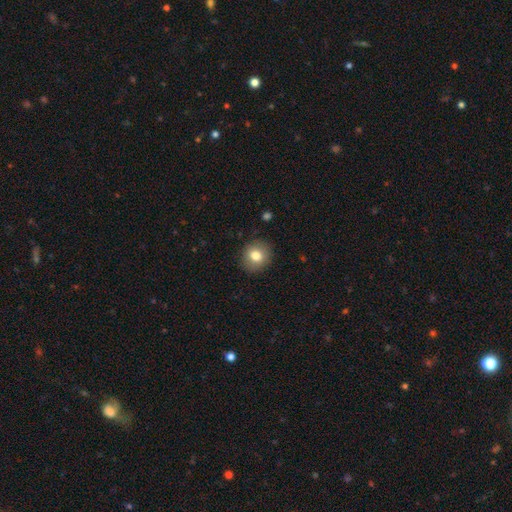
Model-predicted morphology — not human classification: Smooth or featured: smooth — 80% (featured or disk — 11%)
How rounded: round — 82% (in between — 17%)
Merging: none — 89% (minor disturbance — 8%)